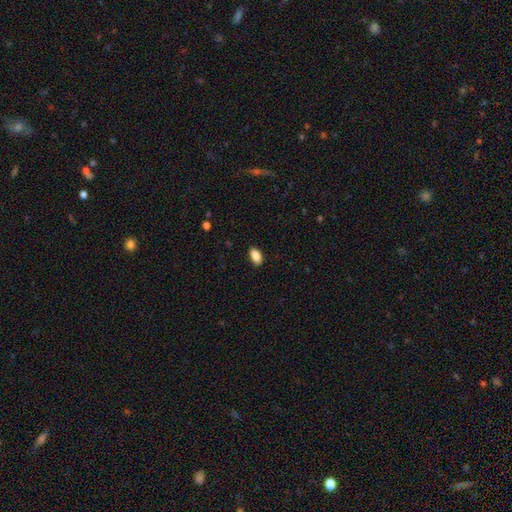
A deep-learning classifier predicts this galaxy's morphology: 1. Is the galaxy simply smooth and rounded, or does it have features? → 89% smooth, 7% star or artifact, 4% featured or disk.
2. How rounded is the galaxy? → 93% in between, 4% round, 3% cigar-shaped.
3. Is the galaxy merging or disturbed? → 88% none, 9% minor disturbance, 2% major disturbance, 1% merger.